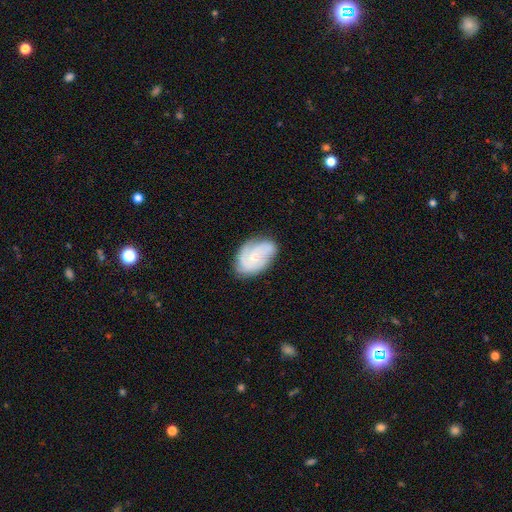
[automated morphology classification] This is likely a featured or disk galaxy (65%). It is clearly not viewed edge-on (97%). Bar: likely no (75%). Spiral arm pattern: clearly yes (89%). Spiral arm count: marginally 3 (31%). Spiral winding: possibly tight (48%). Central bulge: likely small (62%). Merging: likely none (68%).